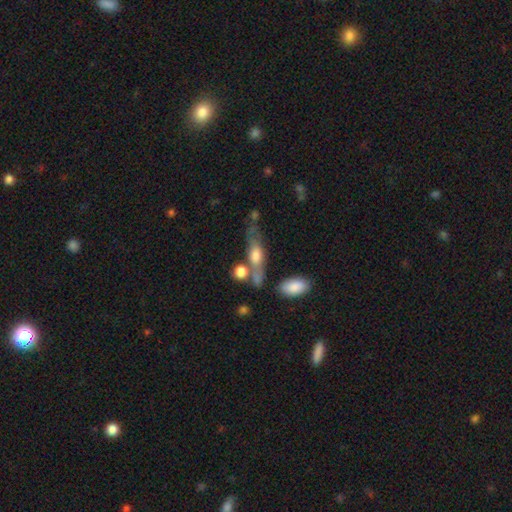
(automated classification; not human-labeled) This is possibly a smooth galaxy (56%). How rounded: possibly in between (46%). Merging: possibly none (49%).